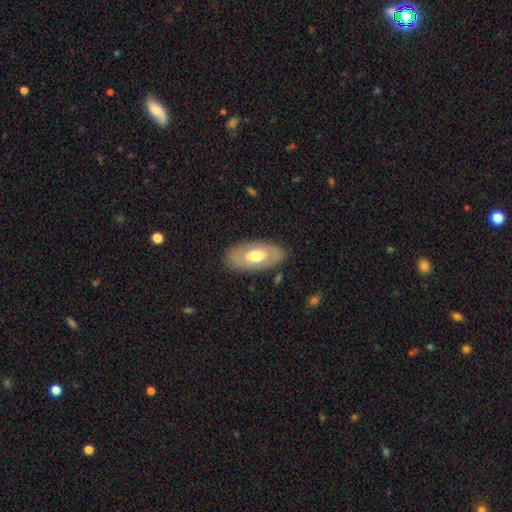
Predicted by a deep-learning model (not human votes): smooth 48%, featured or disk 46%, star or artifact 5%. Down the decision tree: merging — none (83%).